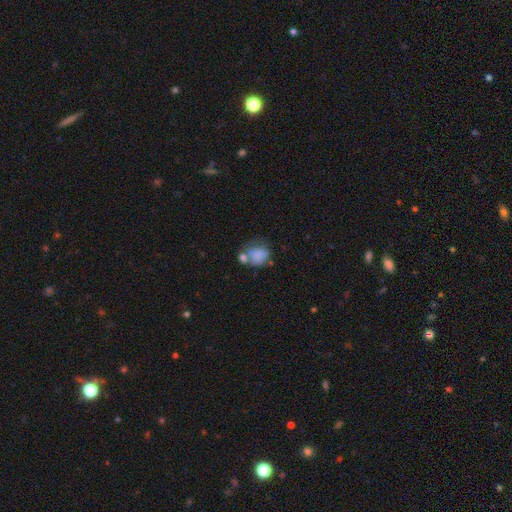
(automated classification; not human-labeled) The model was most divided on "merging" (2-way tie): merger: 33%, none: 33%, minor disturbance: 20%, major disturbance: 14%. More confident: smooth or featured — smooth (74%); how rounded — round (55%).